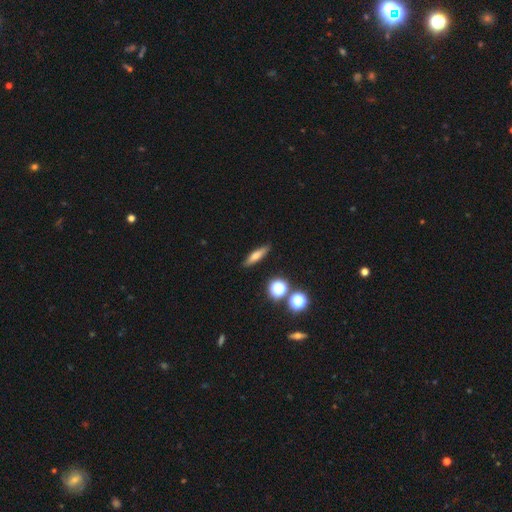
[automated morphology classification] Smooth or featured?
  - smooth: 63% *
  - featured or disk: 25%
  - star or artifact: 11%
How rounded?
  - cigar-shaped: 72% *
  - in between: 23%
  - round: 5%
Merging?
  - none: 89% *
  - minor disturbance: 8%
  - major disturbance: 2%
  - merger: 2%